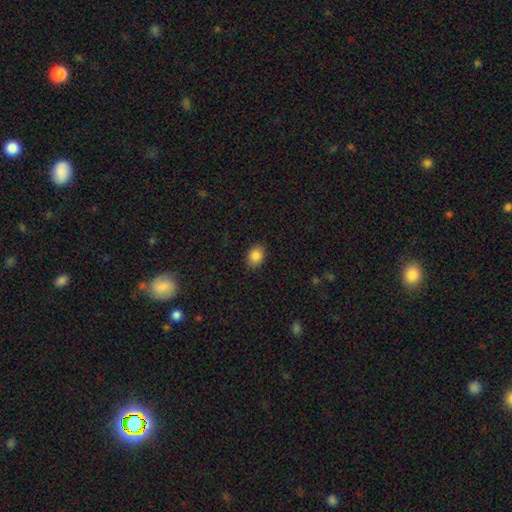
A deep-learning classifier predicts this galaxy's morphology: The model was most divided on "how rounded": in between: 61%, round: 38%, cigar-shaped: 1%. More confident: merging — none (87%); smooth or featured — smooth (85%).